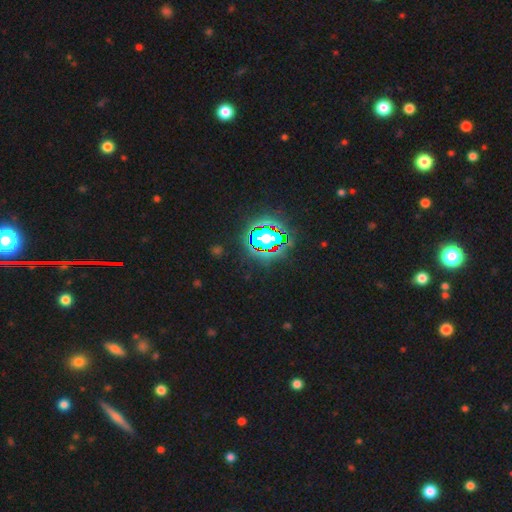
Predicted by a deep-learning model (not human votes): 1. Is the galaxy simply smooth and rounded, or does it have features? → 79% star or artifact, 13% smooth, 9% featured or disk.